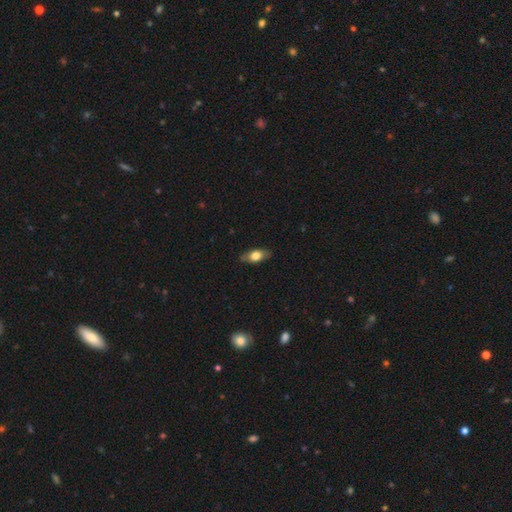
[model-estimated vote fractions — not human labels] Smooth or featured?
  - smooth: 70% *
  - featured or disk: 23%
  - star or artifact: 7%
How rounded?
  - in between: 84% *
  - cigar-shaped: 10%
  - round: 6%
Merging?
  - none: 83% *
  - minor disturbance: 14%
  - major disturbance: 3%
  - merger: 1%